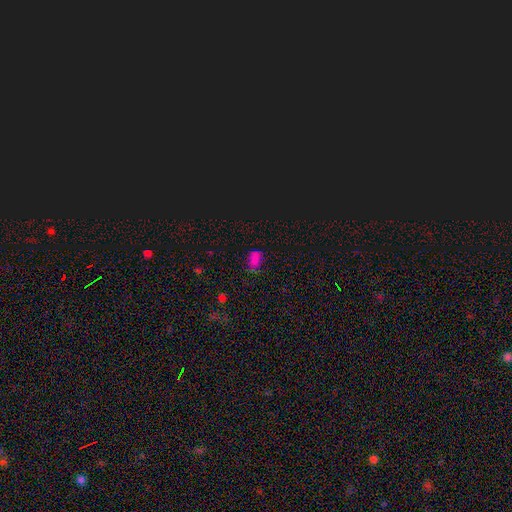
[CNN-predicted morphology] Smooth or featured? smooth (62%)
How rounded? in between (86%)
Merging? none (59%)